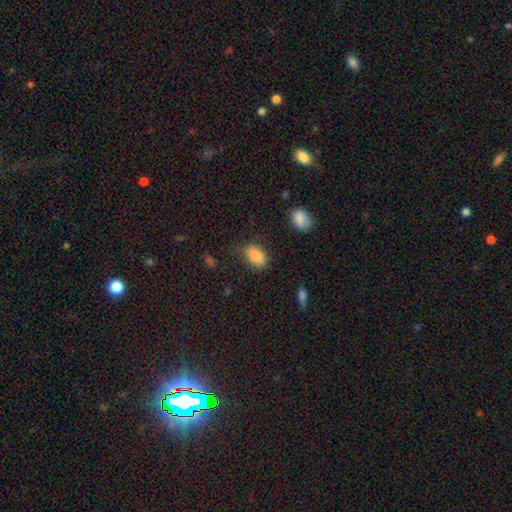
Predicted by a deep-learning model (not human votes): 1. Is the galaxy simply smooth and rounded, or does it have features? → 87% smooth, 8% star or artifact, 5% featured or disk.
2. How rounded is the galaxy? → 90% in between, 8% round, 2% cigar-shaped.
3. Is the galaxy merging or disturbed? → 71% none, 21% minor disturbance, 6% major disturbance, 2% merger.